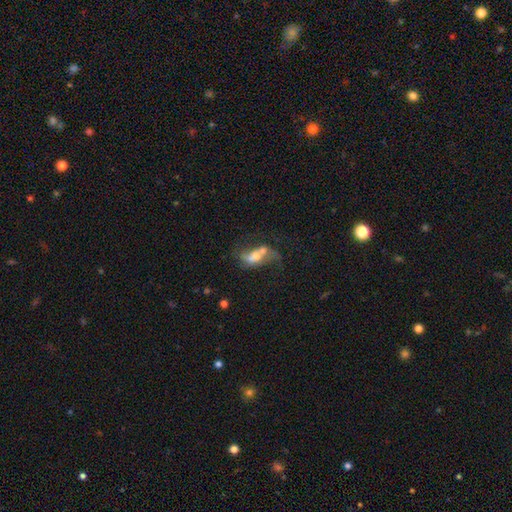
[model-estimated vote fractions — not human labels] Morphology: type=featured or disk (59%); edge-on=no (93%); bar=no (57%); spiral arms=yes (61%); bulge=moderate (43%); merging=merger (41%).